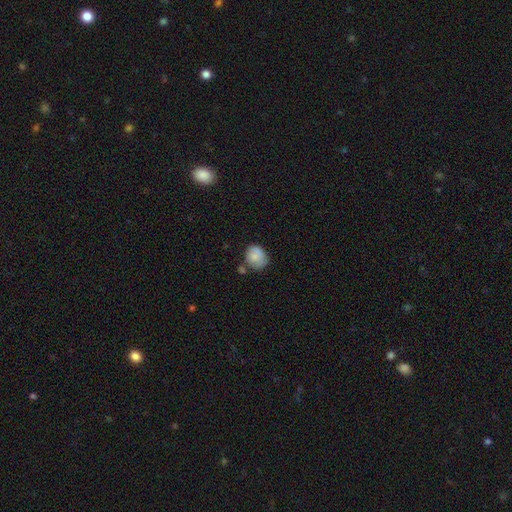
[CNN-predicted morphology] smooth-or-featured: smooth: 75% | featured or disk: 18% | star or artifact: 7%
  how-rounded: round: 65% | in between: 34% | cigar-shaped: 1%
  merging: none: 50% | minor disturbance: 30% | merger: 12% | major disturbance: 8%